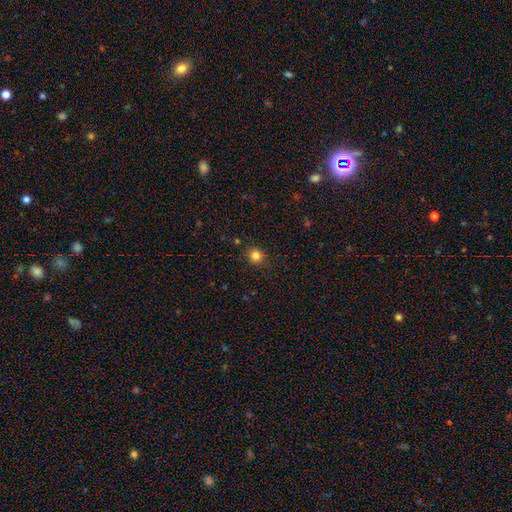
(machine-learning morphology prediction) smooth 82%, star or artifact 13%, featured or disk 5%. Down the decision tree: how rounded — round (88%); merging — none (88%).